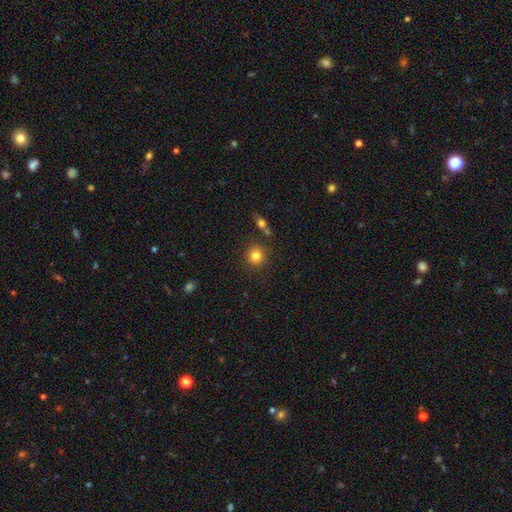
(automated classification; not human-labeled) Morphology: type=smooth (81%); roundness=round (92%); merging=none (83%).